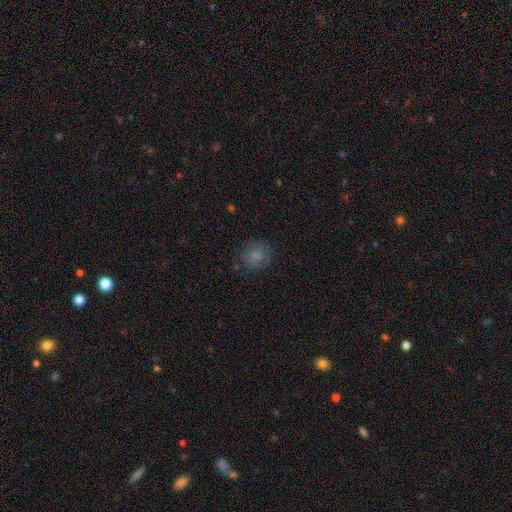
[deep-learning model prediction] A smooth galaxy with no disk features (80%) that is round (84%). Merging: none (79%).